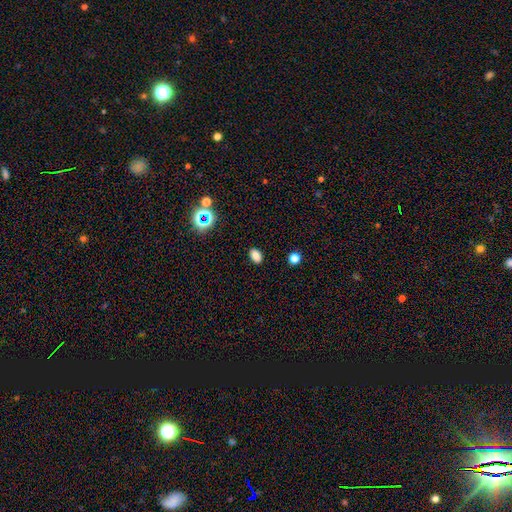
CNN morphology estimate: smooth 82%, star or artifact 13%, featured or disk 4%. Down the decision tree: how rounded — in between (86%); merging — none (89%).